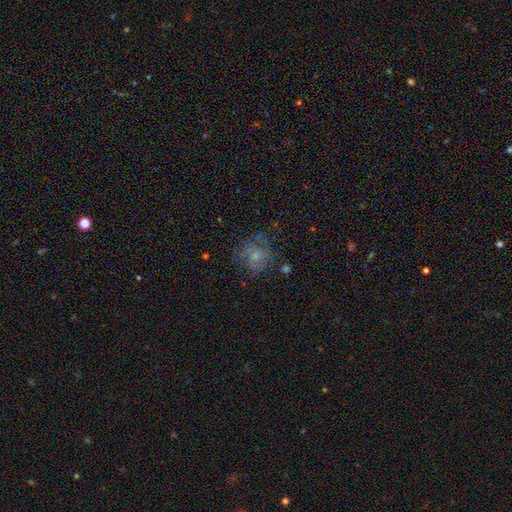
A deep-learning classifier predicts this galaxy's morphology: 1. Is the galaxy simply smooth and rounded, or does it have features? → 52% smooth, 36% featured or disk, 12% star or artifact.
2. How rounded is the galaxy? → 80% round, 19% in between, 1% cigar-shaped.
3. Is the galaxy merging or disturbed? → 59% none, 22% minor disturbance, 17% major disturbance, 3% merger.